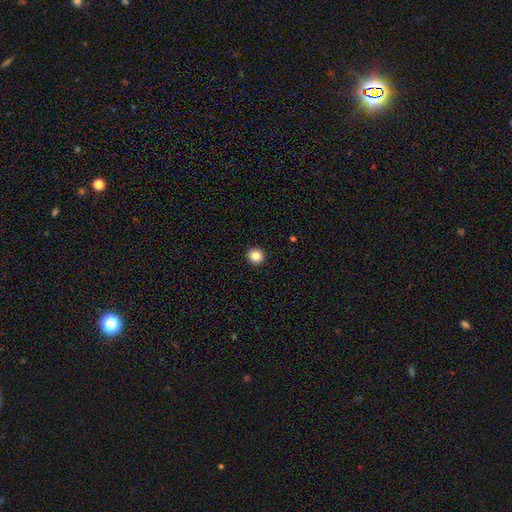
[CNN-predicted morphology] A smooth galaxy with no disk features (87%) that is round (92%). Merging: none (94%).